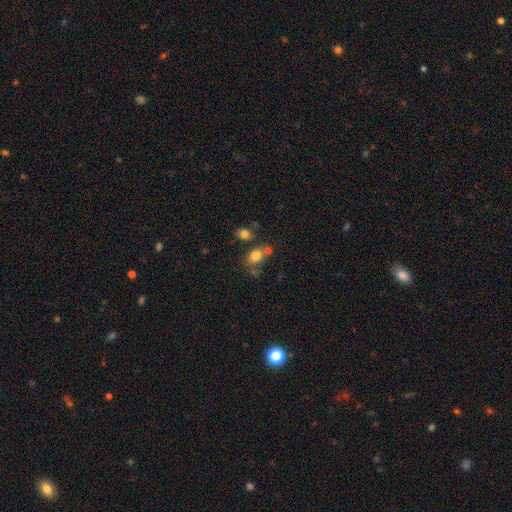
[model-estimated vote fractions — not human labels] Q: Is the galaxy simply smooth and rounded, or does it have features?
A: smooth — 79%.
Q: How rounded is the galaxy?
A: round — 50%.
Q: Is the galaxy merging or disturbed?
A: none — 55%.